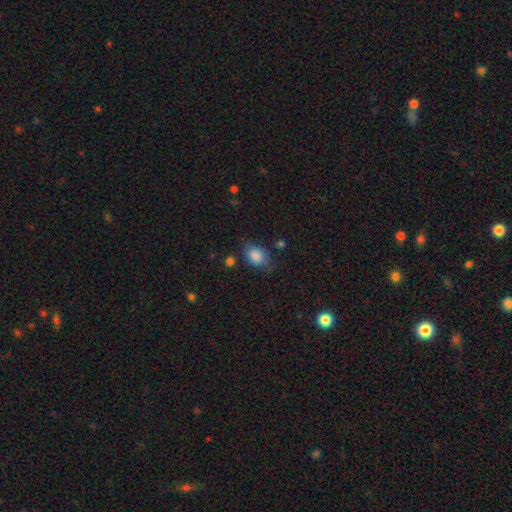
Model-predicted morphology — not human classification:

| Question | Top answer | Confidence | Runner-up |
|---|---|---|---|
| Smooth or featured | smooth | 84% | star or artifact (8%) |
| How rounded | in between | 74% | round (24%) |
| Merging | none | 64% | minor disturbance (26%) |